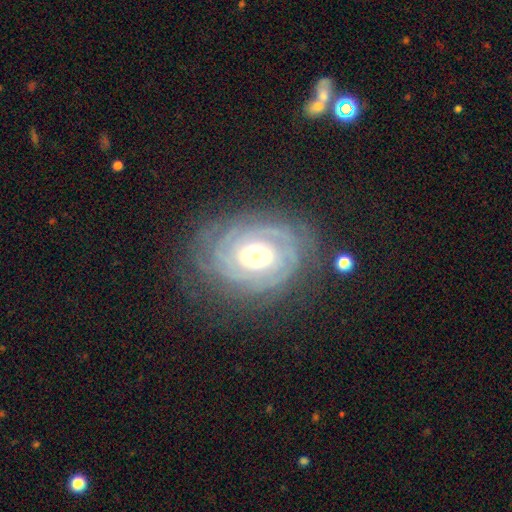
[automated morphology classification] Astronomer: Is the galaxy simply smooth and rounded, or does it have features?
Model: featured or disk — 84%.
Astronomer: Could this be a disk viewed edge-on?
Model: no — 97%.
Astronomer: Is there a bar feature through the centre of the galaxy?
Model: no — 78%.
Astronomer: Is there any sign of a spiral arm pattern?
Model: yes — 94%.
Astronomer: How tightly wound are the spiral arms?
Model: tight — 80%.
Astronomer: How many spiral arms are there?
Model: can't tell — 38% (runner-up: 2, 19%).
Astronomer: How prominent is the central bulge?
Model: moderate — 48% (runner-up: small, 34%).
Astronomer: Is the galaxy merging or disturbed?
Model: none — 74%.